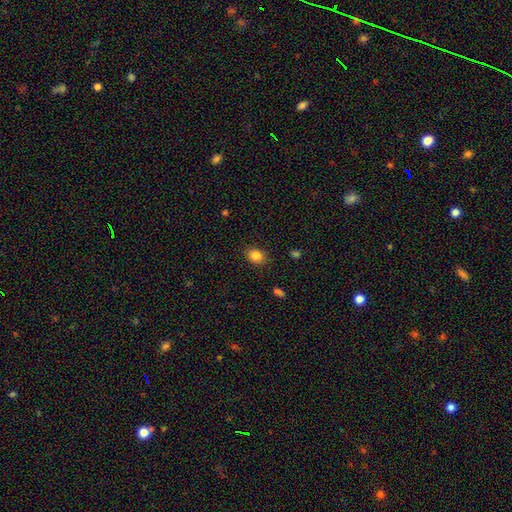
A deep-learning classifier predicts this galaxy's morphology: The model was most divided on "how rounded": in between: 57%, round: 42%, cigar-shaped: 1%. More confident: merging — none (87%); smooth or featured — smooth (85%).